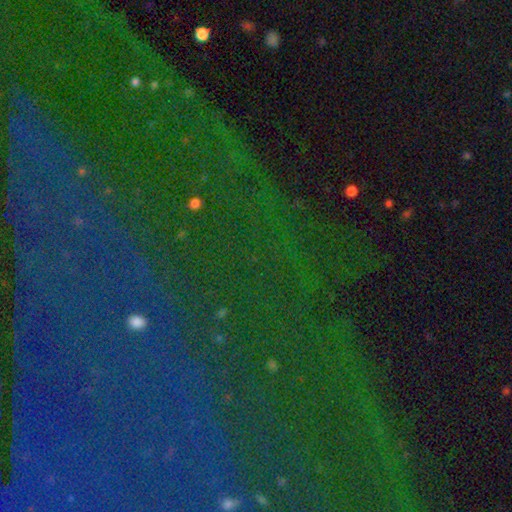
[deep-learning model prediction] Smooth or featured?
  - star or artifact: 83% *
  - featured or disk: 9%
  - smooth: 8%